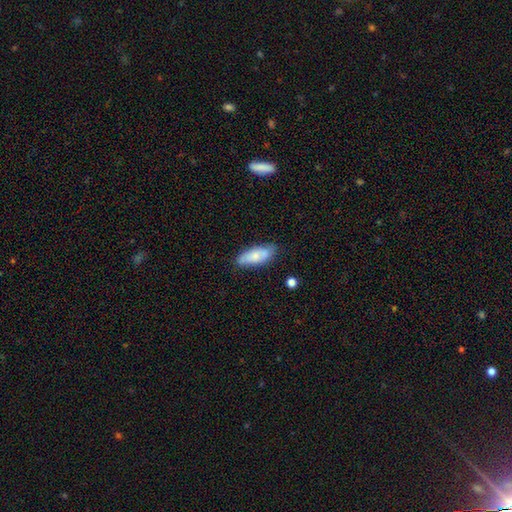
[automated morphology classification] smooth_or_featured: smooth (p=0.69) [alt: featured or disk p=0.24]
how_rounded: in between (p=0.77) [alt: cigar-shaped p=0.20]
merging: none (p=0.74) [alt: minor disturbance p=0.20]